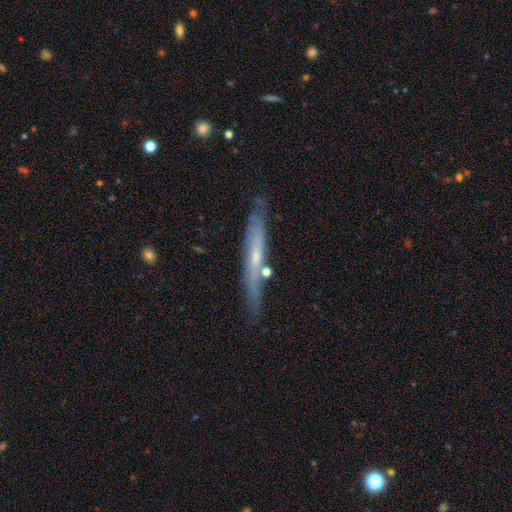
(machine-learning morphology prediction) smooth-or-featured: featured or disk: 64% | smooth: 29% | star or artifact: 7%
  disk-edge-on: yes: 85% | no: 15%
    edge-on-bulge: none: 52% | rounded: 43% | boxy: 5%
  merging: none: 76% | minor disturbance: 16% | merger: 4% | major disturbance: 3%